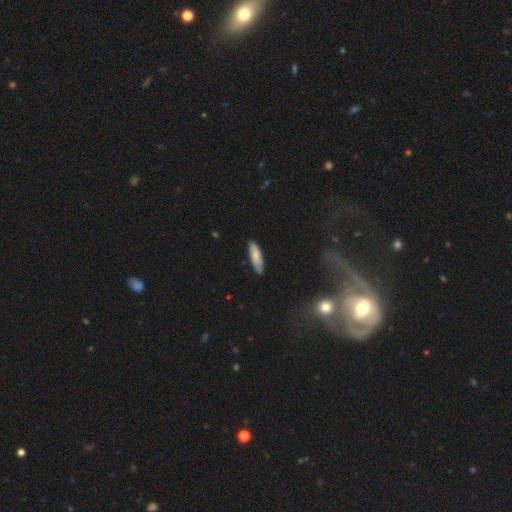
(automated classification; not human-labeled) Smooth or featured? Predicted: smooth (p=0.74). How rounded? Predicted: cigar-shaped (p=0.57). Merging? Predicted: none (p=0.80).